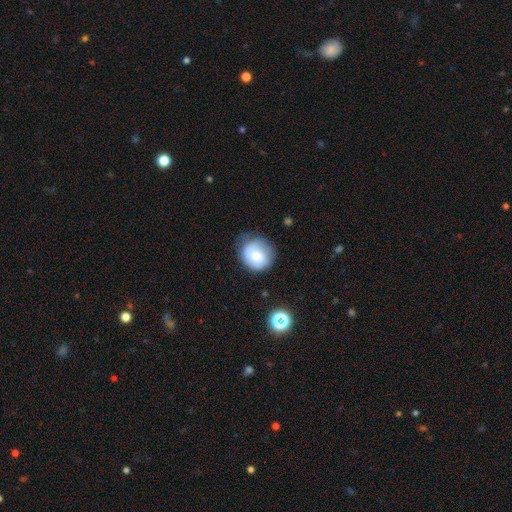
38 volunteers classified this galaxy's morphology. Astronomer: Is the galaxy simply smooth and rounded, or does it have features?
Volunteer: smooth — 68%.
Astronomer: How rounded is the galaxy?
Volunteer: round — 85%.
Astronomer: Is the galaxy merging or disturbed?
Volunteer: minor disturbance — 53% (runner-up: none, 36%).